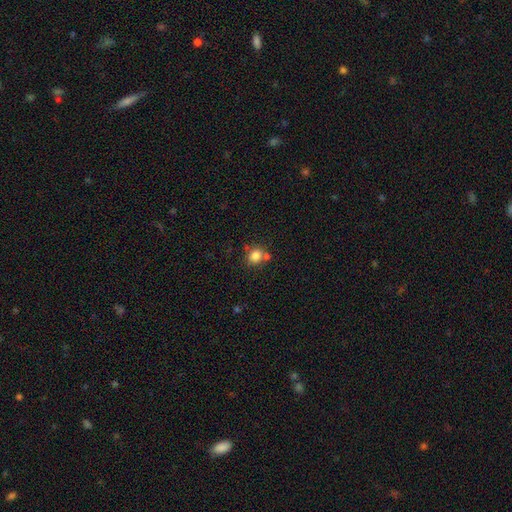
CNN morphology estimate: Smooth or featured? Predicted: smooth (p=0.81). How rounded? Predicted: round (p=0.80). Merging? Predicted: none (p=0.61).